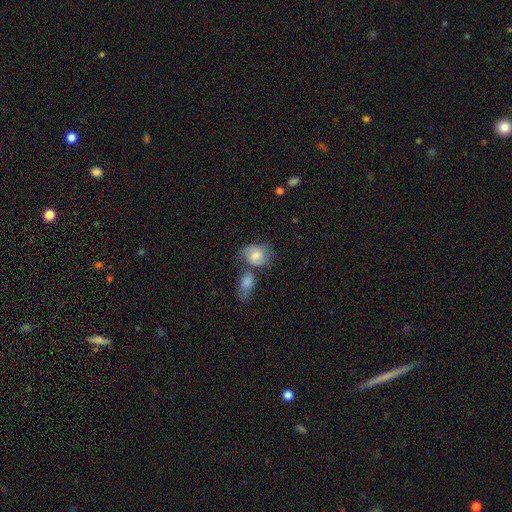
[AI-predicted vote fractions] Smooth or featured? Predicted: smooth (p=0.64). How rounded? Predicted: in between (p=0.60). Merging? Predicted: merger (p=0.37).